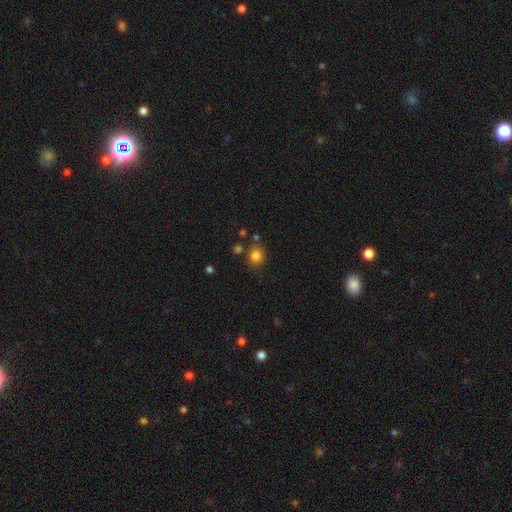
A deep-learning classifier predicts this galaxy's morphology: smooth-or-featured: smooth: 82% | star or artifact: 12% | featured or disk: 6%
  how-rounded: round: 80% | in between: 19% | cigar-shaped: 1%
  merging: none: 77% | minor disturbance: 12% | merger: 8% | major disturbance: 4%